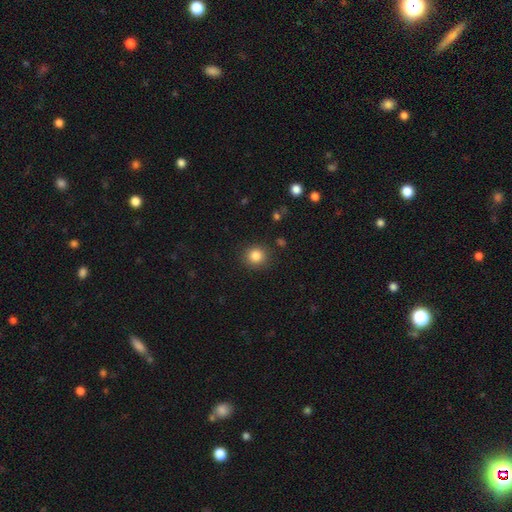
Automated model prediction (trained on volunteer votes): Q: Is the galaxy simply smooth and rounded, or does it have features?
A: smooth — 84%.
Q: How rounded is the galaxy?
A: round — 91%.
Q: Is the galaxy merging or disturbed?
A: none — 90%.